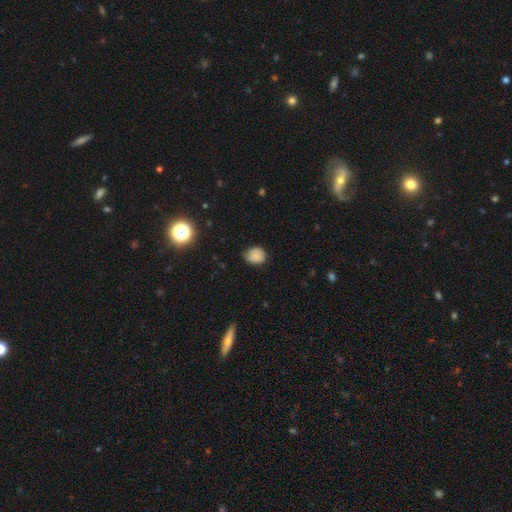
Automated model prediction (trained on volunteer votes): This is clearly a smooth galaxy (84%). How rounded: possibly round (57%). Merging: likely none (69%).